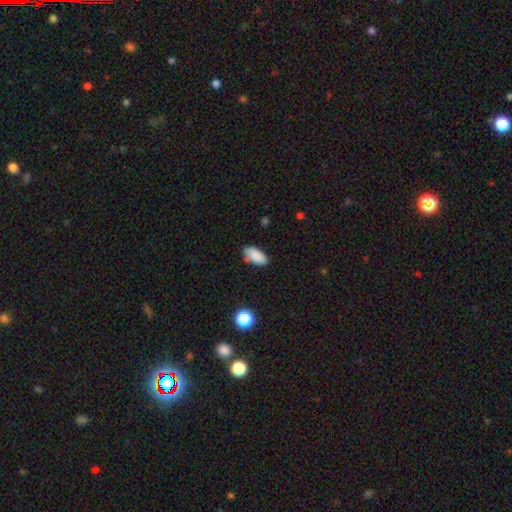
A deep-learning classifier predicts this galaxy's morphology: Smooth or featured: smooth — 86% (star or artifact — 8%)
How rounded: in between — 90% (cigar-shaped — 7%)
Merging: none — 74% (minor disturbance — 18%)